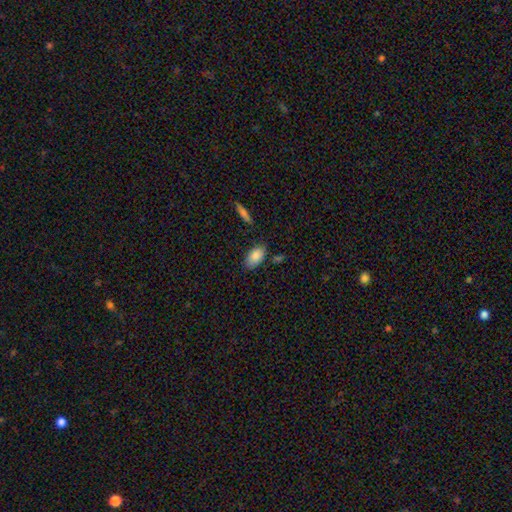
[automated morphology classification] This is clearly a smooth galaxy (86%). How rounded: clearly in between (93%). Merging: likely none (76%).